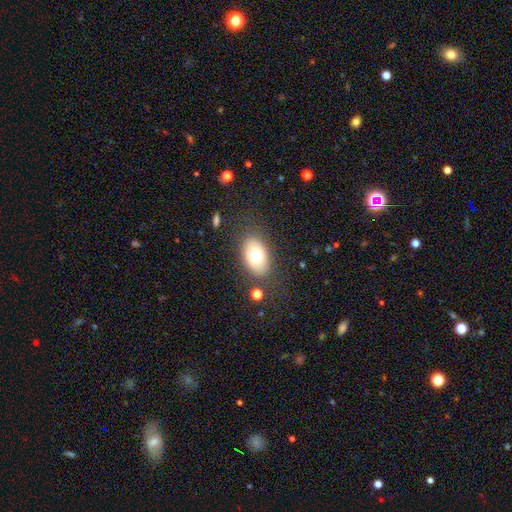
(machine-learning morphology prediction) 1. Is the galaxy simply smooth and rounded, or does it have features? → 70% smooth, 20% featured or disk, 9% star or artifact.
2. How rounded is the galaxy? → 87% in between, 12% round, 1% cigar-shaped.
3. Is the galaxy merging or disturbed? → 80% none, 12% minor disturbance, 5% major disturbance, 3% merger.